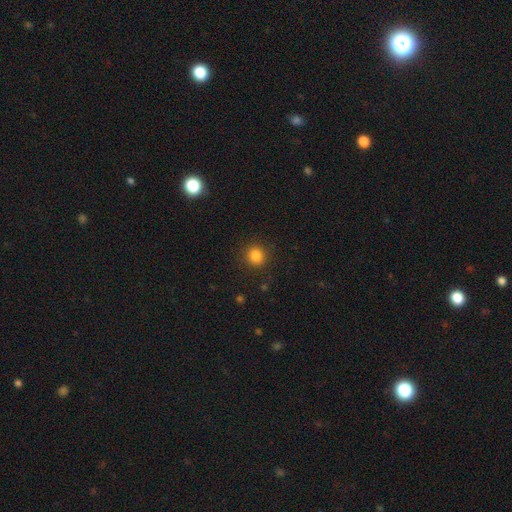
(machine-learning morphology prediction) type=smooth (84%); roundness=round (89%); merging=none (90%).